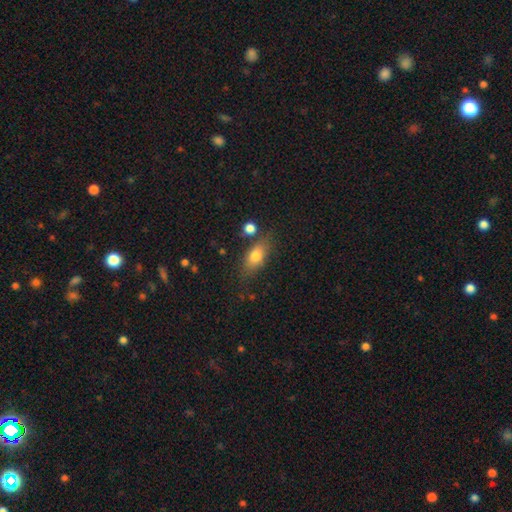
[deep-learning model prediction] Smooth or featured? Predicted: smooth (p=0.75). How rounded? Predicted: in between (p=0.78). Merging? Predicted: none (p=0.70).